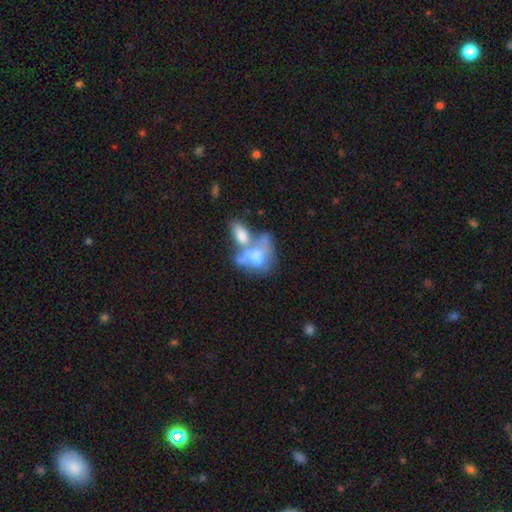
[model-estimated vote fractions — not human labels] This is possibly a smooth galaxy (46%). Merging: possibly merger (58%).